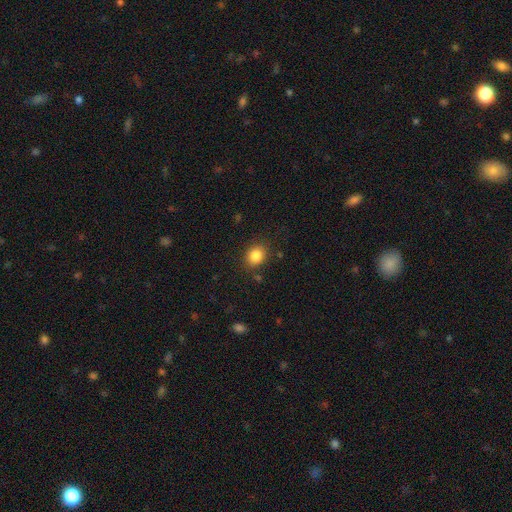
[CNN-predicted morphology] Q: Smooth or featured?
A: smooth (85%); runner-up: star or artifact (10%)
Q: How rounded?
A: round (56%); runner-up: in between (43%)
Q: Merging?
A: none (84%); runner-up: minor disturbance (11%)